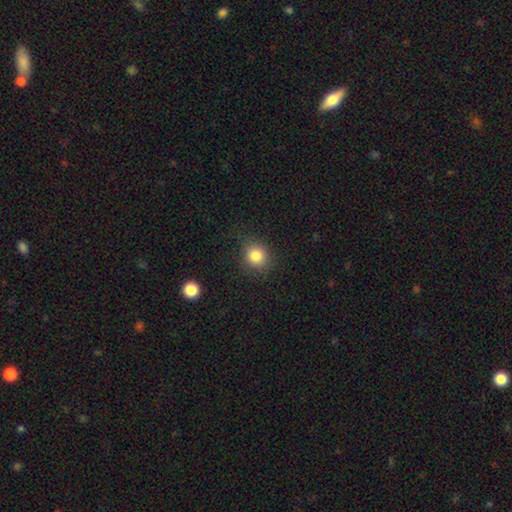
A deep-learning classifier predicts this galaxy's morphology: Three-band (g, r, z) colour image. It shows a smooth galaxy with no disk features (83%) that is round (83%). Merging: none (85%).